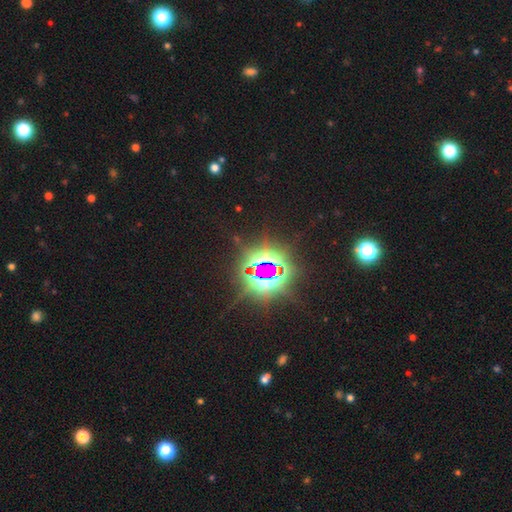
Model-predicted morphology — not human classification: Overall: star or artifact (83%).